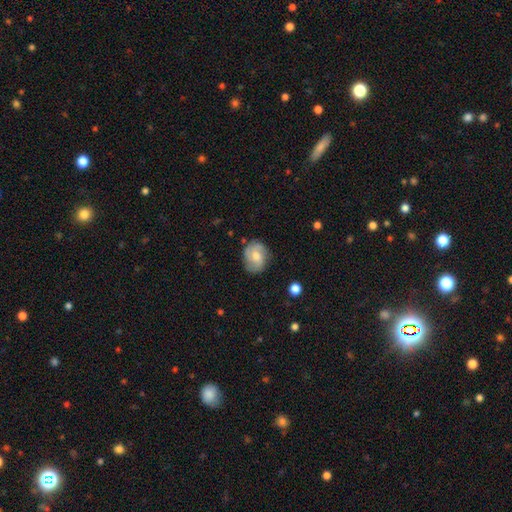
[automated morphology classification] A featured or disk galaxy (49%).

Vote fractions:
- Smooth or featured? featured or disk: 49% / smooth: 43% / star or artifact: 7%
- Merging? none: 72% / minor disturbance: 21% / major disturbance: 6% / merger: 2%